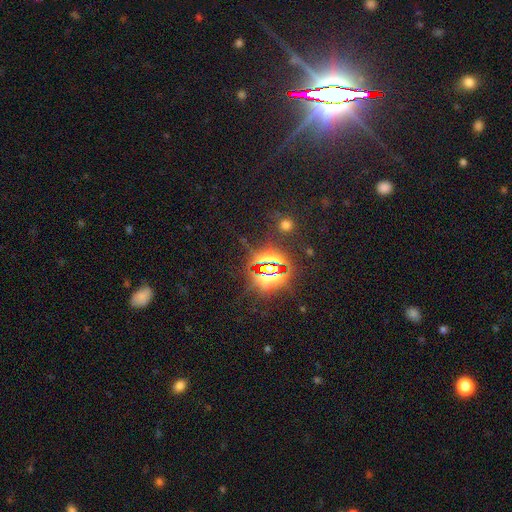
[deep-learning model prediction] smooth_or_featured: star or artifact (p=0.84) [alt: smooth p=0.09]